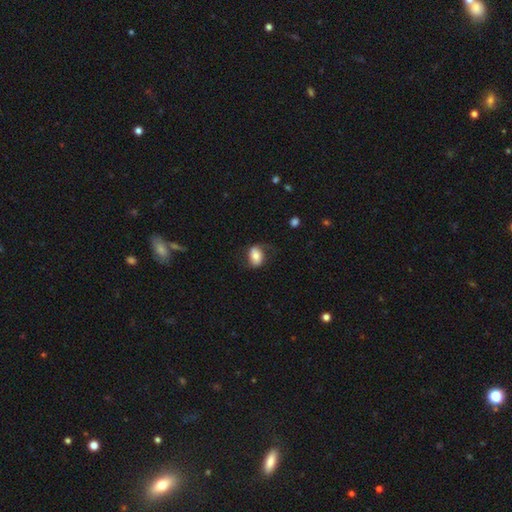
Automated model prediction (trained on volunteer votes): Overall: smooth (64%; featured or disk 29%). How rounded: in between (78%). Merging: none (60%; minor disturbance 24%).